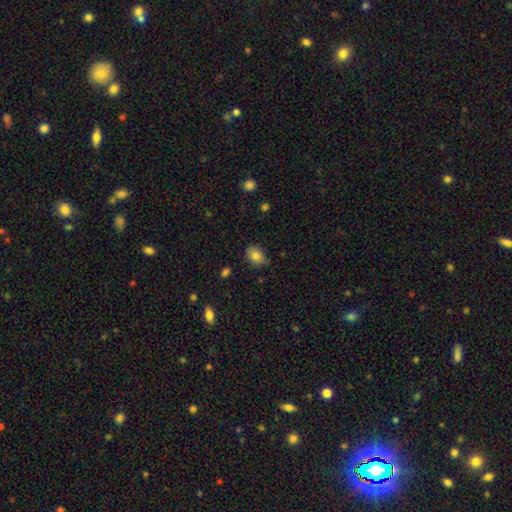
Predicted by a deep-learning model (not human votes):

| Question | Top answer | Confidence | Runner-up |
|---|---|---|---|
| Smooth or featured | smooth | 80% | featured or disk (11%) |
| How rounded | in between | 69% | round (30%) |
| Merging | none | 76% | minor disturbance (19%) |